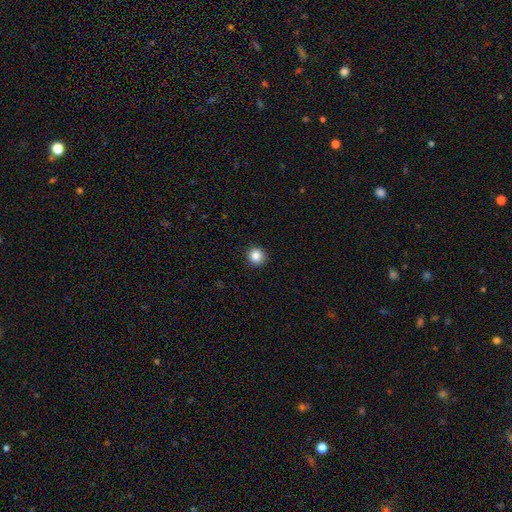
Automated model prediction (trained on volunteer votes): This is clearly a smooth galaxy (86%). How rounded: clearly round (94%). Merging: clearly none (93%).